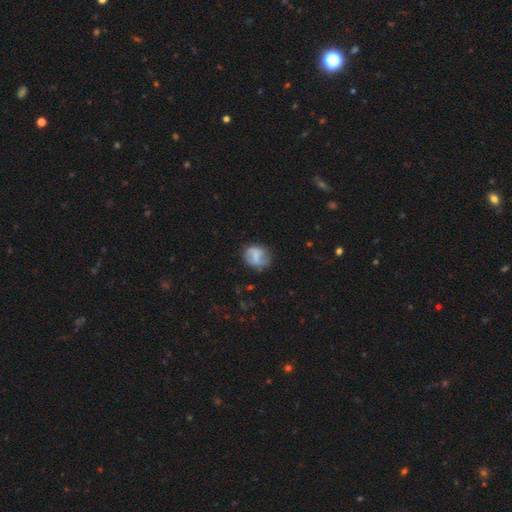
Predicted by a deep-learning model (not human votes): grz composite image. It shows a smooth galaxy with no disk features (50%) that is round (69%). Merging: none (67%).